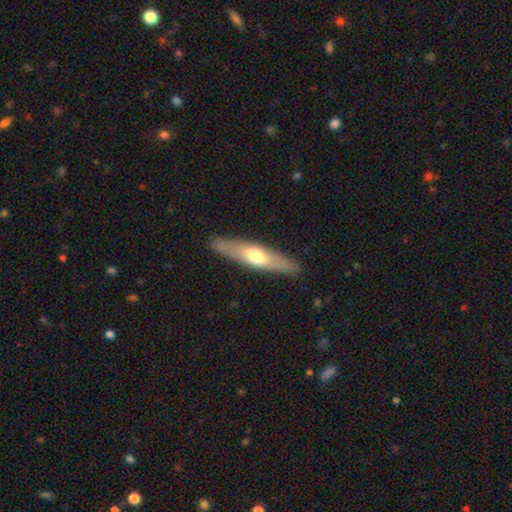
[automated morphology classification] smooth 49%, featured or disk 45%, star or artifact 5%. Down the decision tree: merging — none (88%).